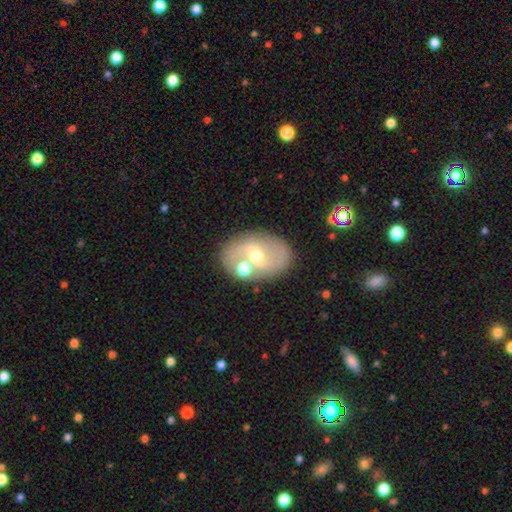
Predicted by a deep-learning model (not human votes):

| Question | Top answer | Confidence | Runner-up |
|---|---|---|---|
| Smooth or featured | featured or disk | 63% | smooth (28%) |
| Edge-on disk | no | 95% | yes (5%) |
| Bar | weak | 44% | no (36%) |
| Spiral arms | yes | 62% | no (38%) |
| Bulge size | moderate | 64% | small (29%) |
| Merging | none | 71% | minor disturbance (12%) |